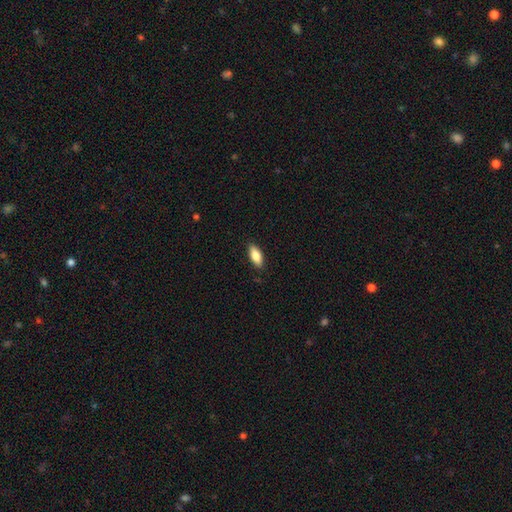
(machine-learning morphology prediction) This is clearly a smooth galaxy (83%). How rounded: clearly in between (83%). Merging: clearly none (88%).